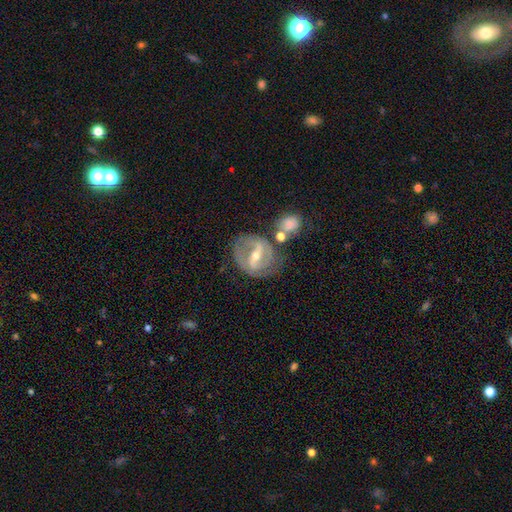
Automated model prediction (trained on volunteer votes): featured or disk 82%, smooth 12%, star or artifact 6%. Down the decision tree: edge-on disk — no (95%); bar — strong (62%); spiral arms — yes (82%); spiral arm count — 2 (75%); spiral winding — medium (43%); bulge size — small (50%); merging — none (64%).